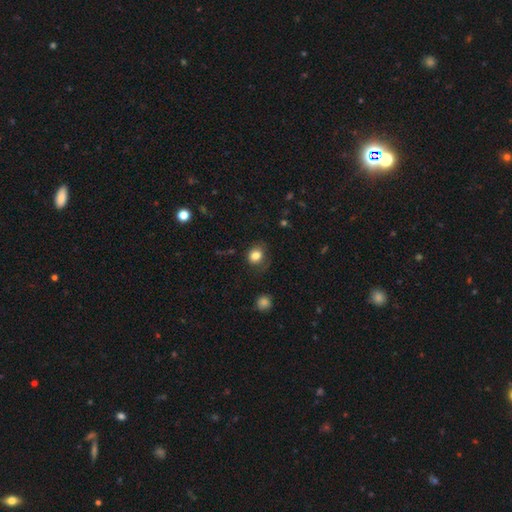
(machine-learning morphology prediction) smooth-or-featured: smooth: 81% | star or artifact: 10% | featured or disk: 9%
  how-rounded: round: 62% | in between: 37% | cigar-shaped: 1%
  merging: none: 66% | minor disturbance: 23% | major disturbance: 10% | merger: 2%